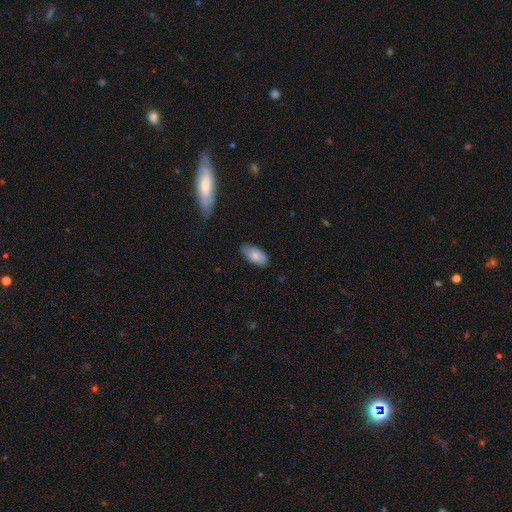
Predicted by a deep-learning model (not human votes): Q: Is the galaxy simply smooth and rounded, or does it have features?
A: smooth — 81%.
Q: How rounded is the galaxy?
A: in between — 93%.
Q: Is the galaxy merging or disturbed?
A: none — 75%.